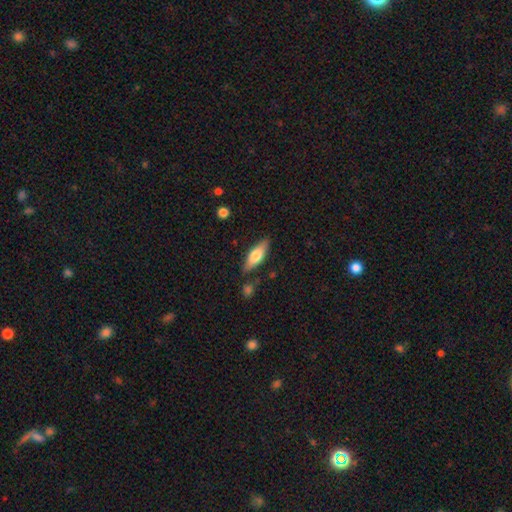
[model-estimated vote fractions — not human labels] Smooth or featured? smooth (62%)
How rounded? in between (56%)
Merging? none (81%)